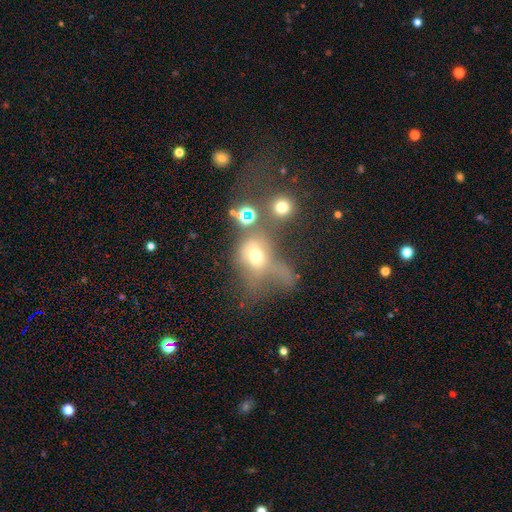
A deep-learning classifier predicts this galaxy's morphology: A smooth galaxy with no disk features (54%) that is round (50%). Merging: major disturbance (41%).